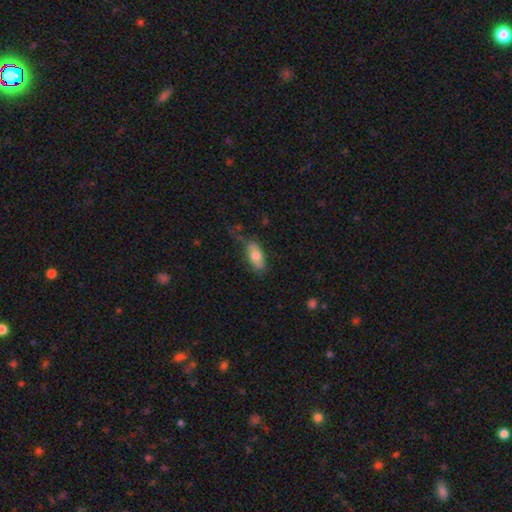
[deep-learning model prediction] Smooth or featured? smooth (72%)
How rounded? in between (87%)
Merging? none (49%)